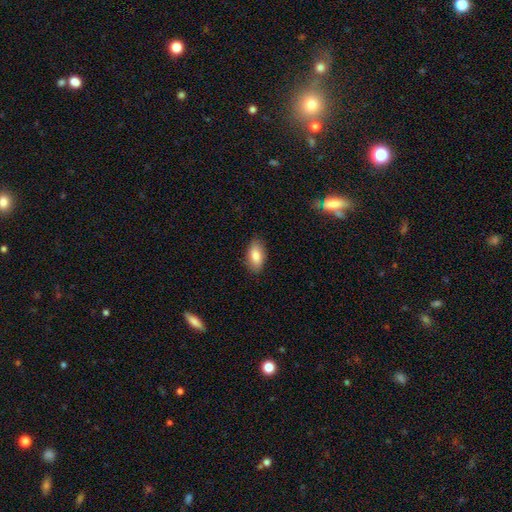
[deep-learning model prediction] Smooth or featured? Predicted: smooth (p=0.83). How rounded? Predicted: in between (p=0.92). Merging? Predicted: none (p=0.86).